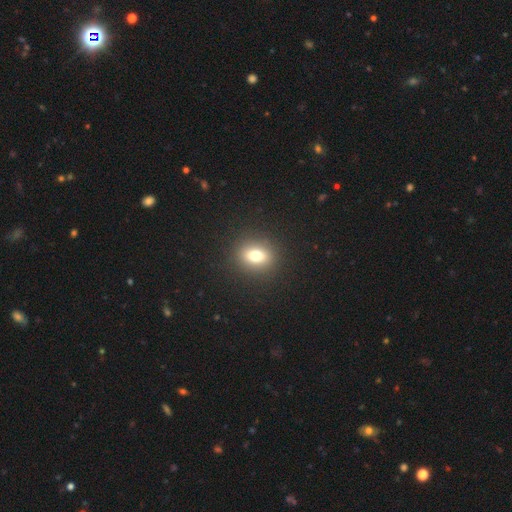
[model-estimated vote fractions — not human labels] Smooth or featured? Predicted: smooth (p=0.75). How rounded? Predicted: round (p=0.57). Merging? Predicted: none (p=0.90).